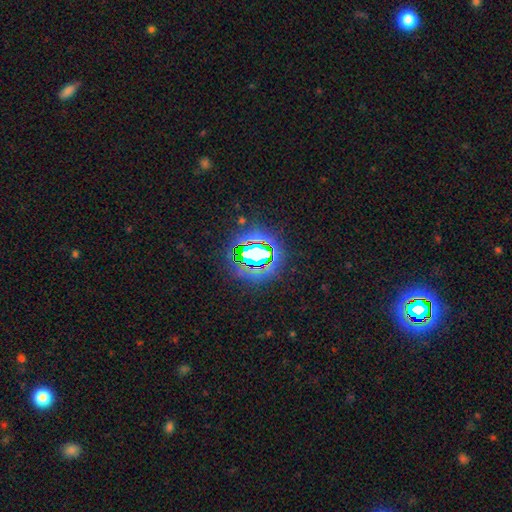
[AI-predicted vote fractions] Morphology: type=star or artifact (75%).